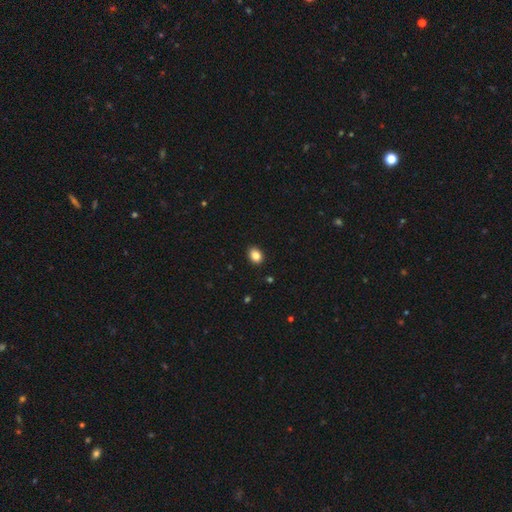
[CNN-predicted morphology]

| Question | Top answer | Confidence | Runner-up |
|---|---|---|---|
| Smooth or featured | smooth | 86% | star or artifact (9%) |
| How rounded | in between | 61% | round (38%) |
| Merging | none | 90% | minor disturbance (7%) |